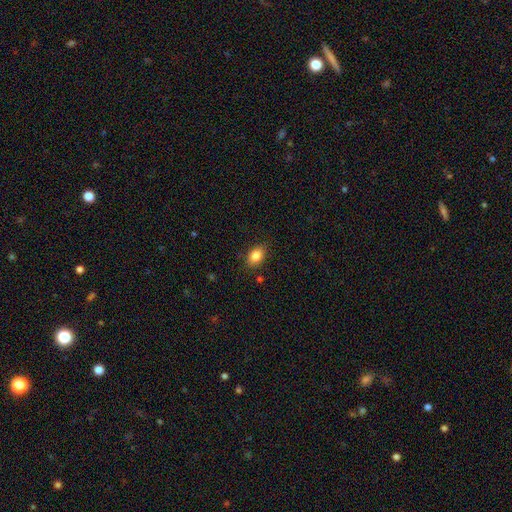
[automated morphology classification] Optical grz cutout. It shows a smooth galaxy with no disk features (85%) that is in between round and cigar-shaped (81%). Merging: none (84%).